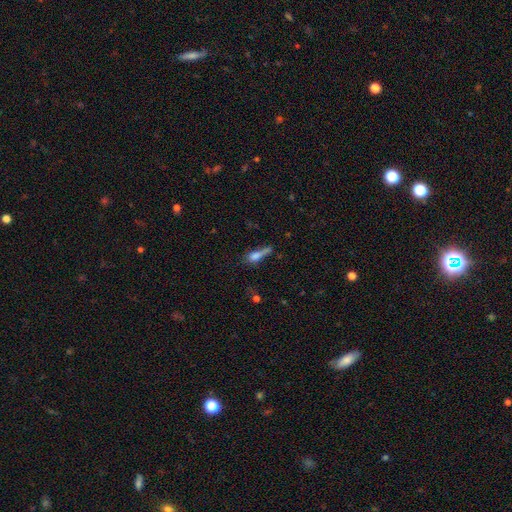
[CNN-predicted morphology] This is likely a smooth galaxy (67%). How rounded: possibly in between (51%). Merging: marginally none (32%).